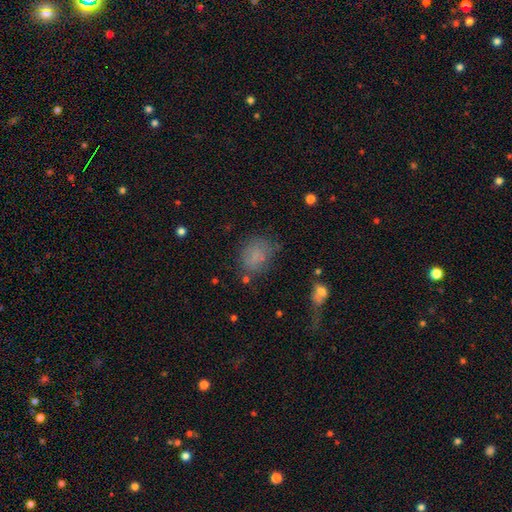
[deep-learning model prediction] A smooth galaxy with no disk features (70%) that is in between round and cigar-shaped (62%).

Vote fractions:
- Smooth or featured? smooth: 70% / star or artifact: 16% / featured or disk: 14%
- How rounded? in between: 62% / round: 36% / cigar-shaped: 2%
- Merging? none: 61% / minor disturbance: 22% / major disturbance: 12% / merger: 5%